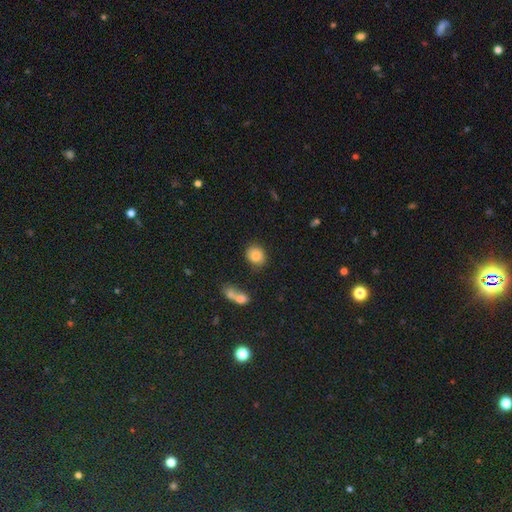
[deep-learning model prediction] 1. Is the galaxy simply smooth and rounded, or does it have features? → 82% smooth, 10% star or artifact, 8% featured or disk.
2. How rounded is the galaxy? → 67% round, 32% in between, 1% cigar-shaped.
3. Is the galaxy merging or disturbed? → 76% none, 13% minor disturbance, 7% merger, 4% major disturbance.